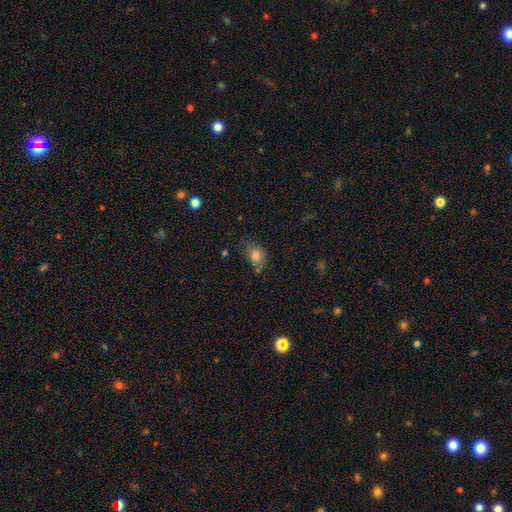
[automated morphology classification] Overall: smooth (80%). How rounded: round (52%; in between 46%). Merging: none (71%).